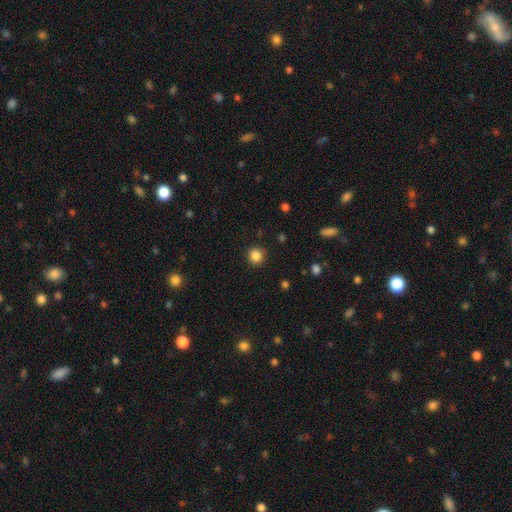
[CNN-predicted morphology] Smooth or featured? smooth (85%)
How rounded? round (92%)
Merging? none (90%)